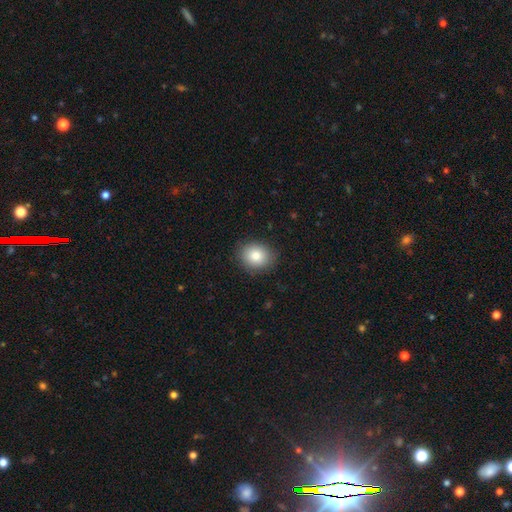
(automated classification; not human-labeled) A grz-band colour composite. It shows a smooth galaxy with no disk features (83%) that is round (58%). Merging: none (87%).